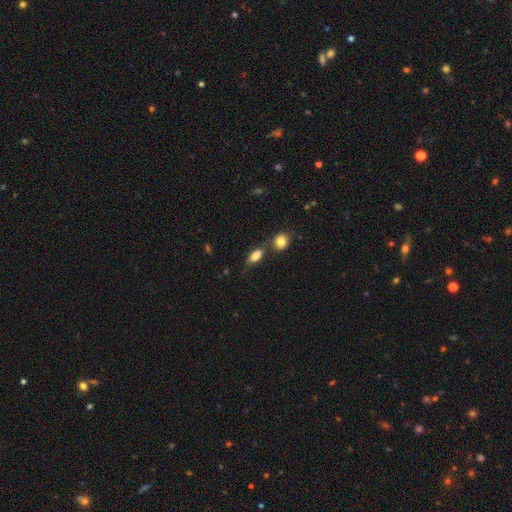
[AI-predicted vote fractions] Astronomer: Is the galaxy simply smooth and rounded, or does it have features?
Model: smooth — 80%.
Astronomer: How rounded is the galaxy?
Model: in between — 83%.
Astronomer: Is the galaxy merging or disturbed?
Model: none — 52%.